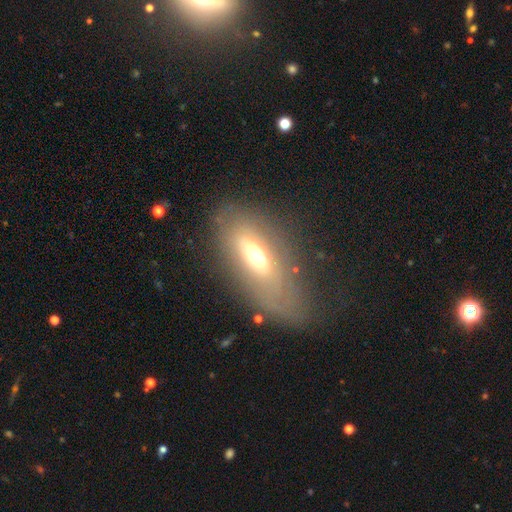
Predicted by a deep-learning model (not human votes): Overall: featured or disk (49%; smooth 42%). Merging: none (65%).